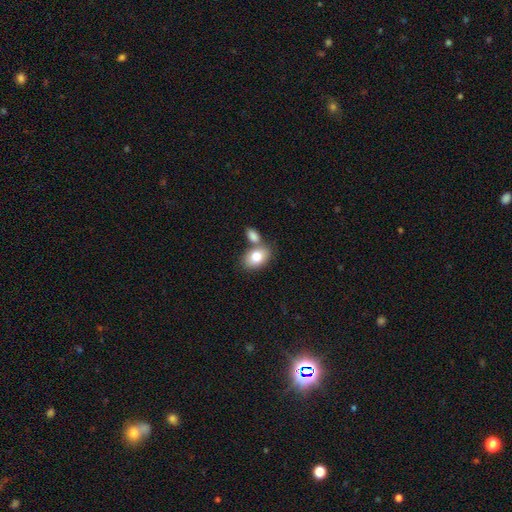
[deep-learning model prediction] smooth 80%, featured or disk 13%, star or artifact 7%. Down the decision tree: how rounded — in between (85%); merging — none (48%).